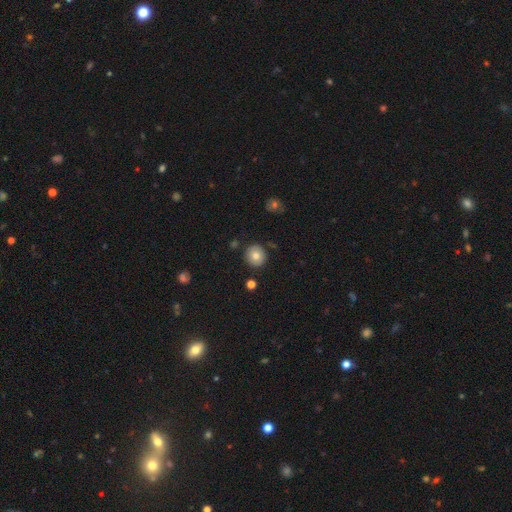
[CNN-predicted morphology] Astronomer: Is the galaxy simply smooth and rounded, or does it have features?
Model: smooth — 79%.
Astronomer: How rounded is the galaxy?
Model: round — 92%.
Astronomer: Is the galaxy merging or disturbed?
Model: none — 88%.